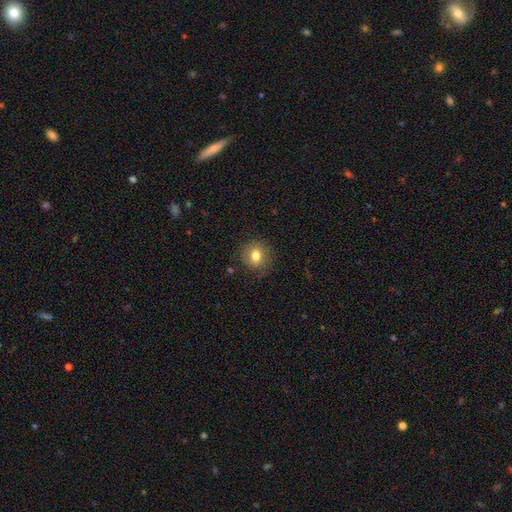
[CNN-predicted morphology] The model was most divided on "how rounded": round: 77%, in between: 22%, cigar-shaped: 1%. More confident: merging — none (86%); smooth or featured — smooth (79%).